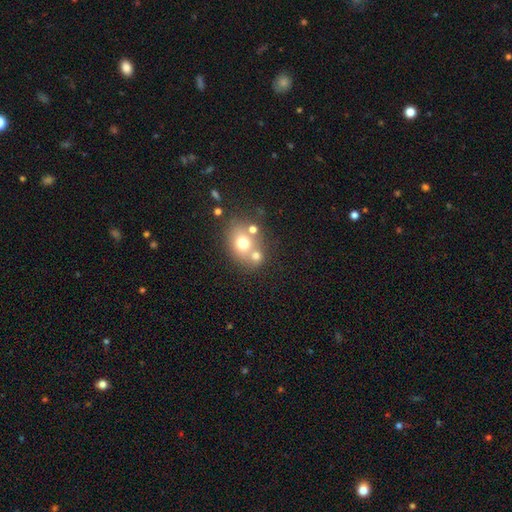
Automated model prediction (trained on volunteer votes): A smooth galaxy with no disk features (67%) that is round (58%). Merging: none (47%).